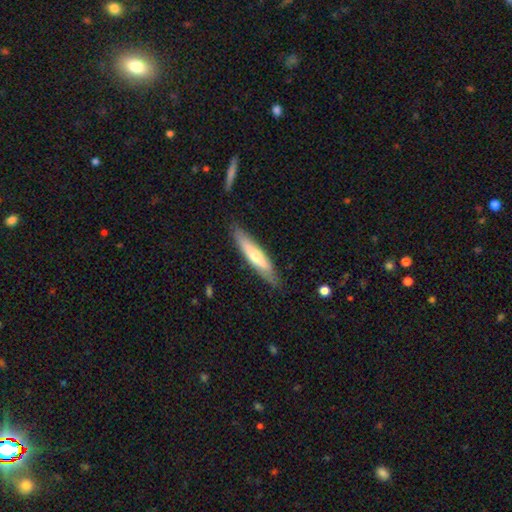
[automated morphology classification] This appears to be a smooth galaxy with no disk features (51%) that is cigar-shaped (83%). Merging: none (83%).